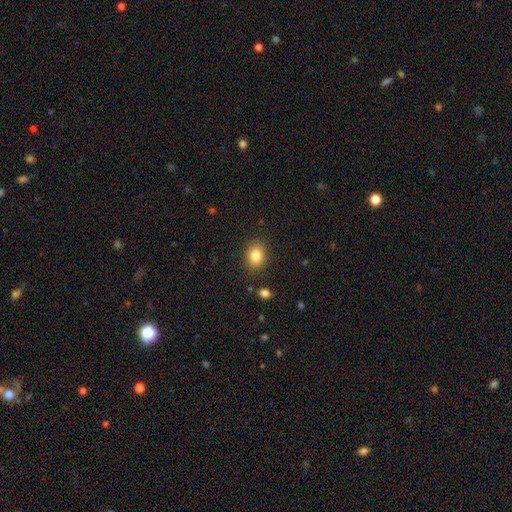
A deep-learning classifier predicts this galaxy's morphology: type=smooth (83%); roundness=in between (51%); merging=none (87%).